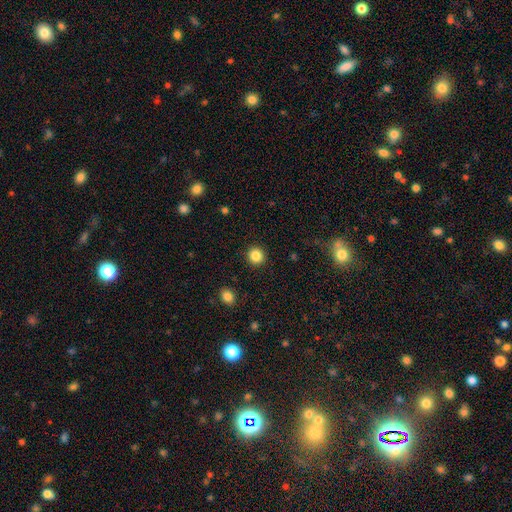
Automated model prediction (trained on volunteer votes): smooth-or-featured: smooth: 85% | star or artifact: 11% | featured or disk: 4%
  how-rounded: round: 92% | in between: 7% | cigar-shaped: 1%
  merging: none: 92% | minor disturbance: 5% | major disturbance: 2% | merger: 1%